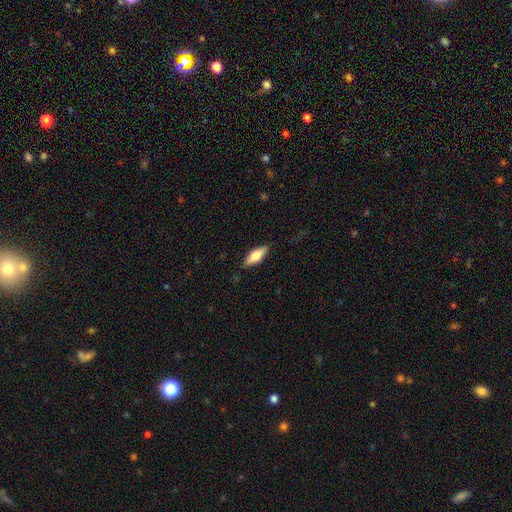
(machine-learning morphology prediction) The model was most divided on "smooth or featured": smooth: 55%, featured or disk: 39%, star or artifact: 6%. More confident: merging — none (87%); how rounded — in between (66%).